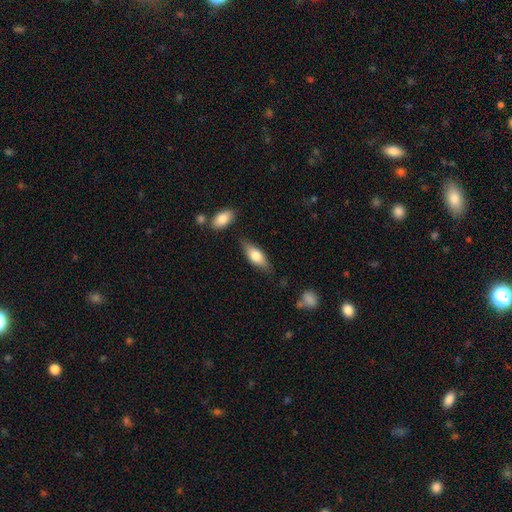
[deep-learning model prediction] Smooth or featured?
  - smooth: 70% *
  - featured or disk: 25%
  - star or artifact: 6%
How rounded?
  - in between: 72% *
  - cigar-shaped: 26%
  - round: 3%
Merging?
  - none: 78% *
  - minor disturbance: 16%
  - major disturbance: 4%
  - merger: 3%